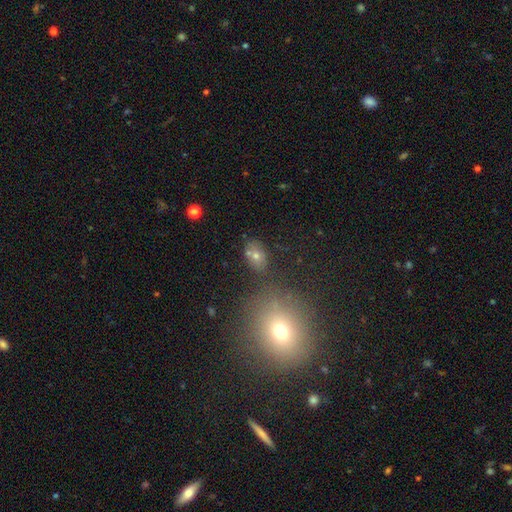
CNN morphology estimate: smooth-or-featured: smooth: 67% | star or artifact: 17% | featured or disk: 16%
  how-rounded: in between: 73% | round: 25% | cigar-shaped: 2%
  merging: none: 64% | merger: 17% | minor disturbance: 14% | major disturbance: 5%